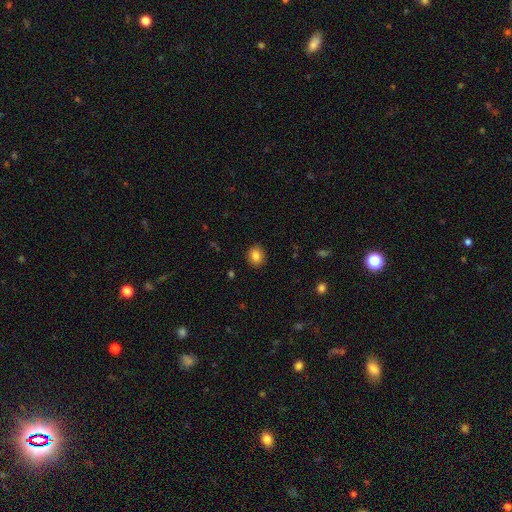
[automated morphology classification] The model was most divided on "how rounded": round: 71%, in between: 28%, cigar-shaped: 1%. More confident: merging — none (90%); smooth or featured — smooth (84%).